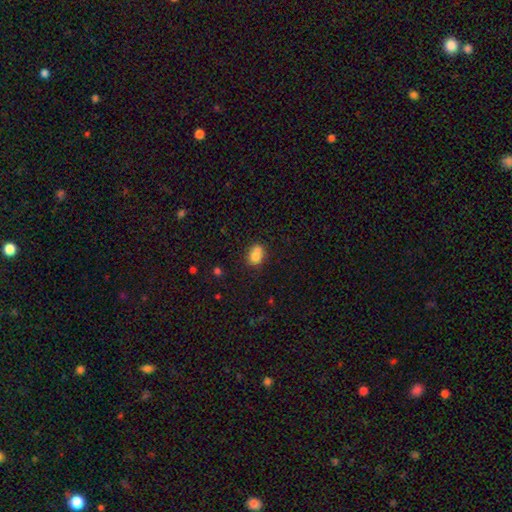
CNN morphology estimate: Smooth or featured? Predicted: smooth (p=0.77). How rounded? Predicted: in between (p=0.60). Merging? Predicted: none (p=0.42).